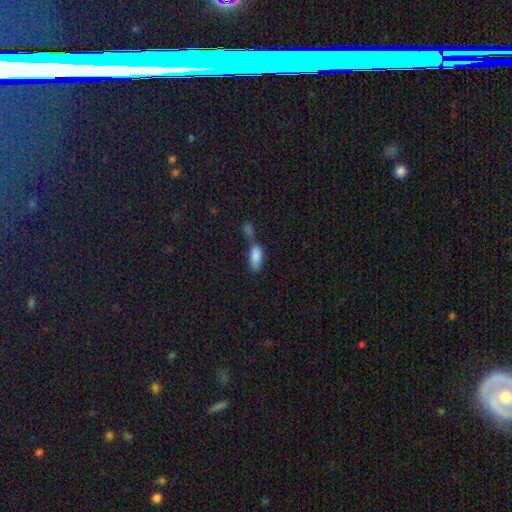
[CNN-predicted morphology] type=smooth (85%); roundness=in between (89%); merging=merger (45%).